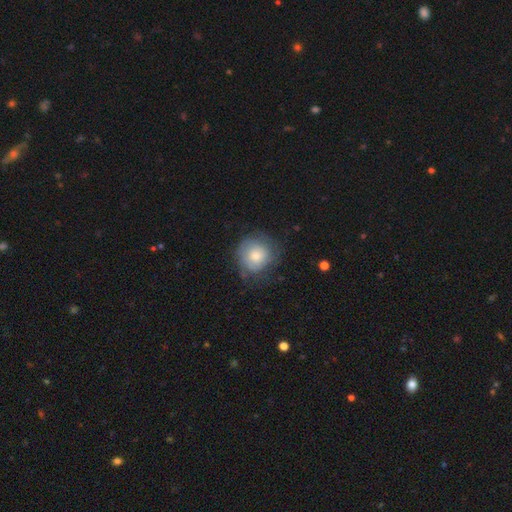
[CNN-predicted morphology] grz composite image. It shows a smooth galaxy with no disk features (62%) that is round (88%). Merging: none (63%).